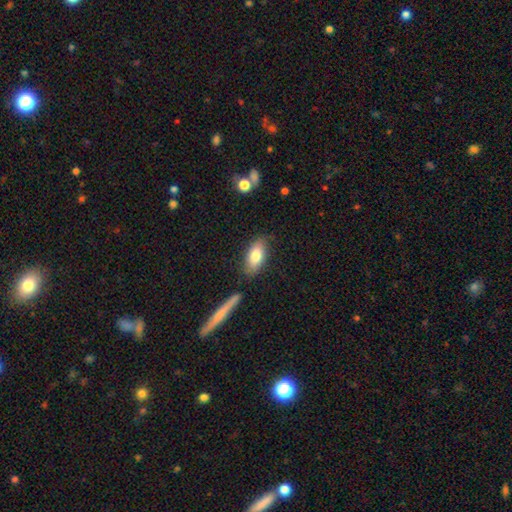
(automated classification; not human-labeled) This is likely a smooth galaxy (78%). How rounded: clearly in between (86%). Merging: likely none (78%).